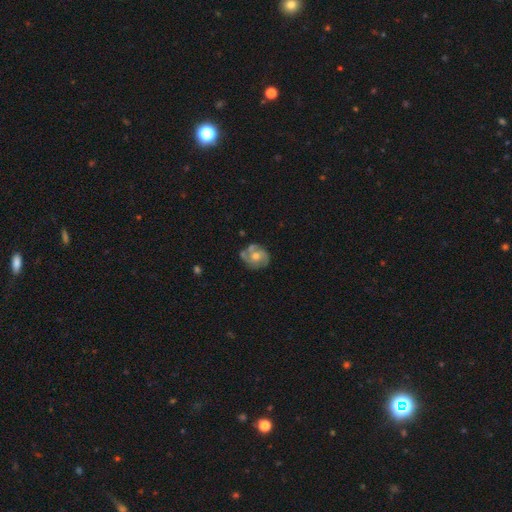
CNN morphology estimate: Q: Smooth or featured?
A: featured or disk (67%); runner-up: smooth (26%)
Q: Edge-on disk?
A: no (98%); runner-up: yes (2%)
Q: Bar?
A: no (76%); runner-up: weak (21%)
Q: Spiral arms?
A: yes (82%); runner-up: no (18%)
Q: Spiral winding?
A: tight (46%); runner-up: medium (40%)
Q: Spiral arm count?
A: 3 (32%); runner-up: 2 (29%)
Q: Bulge size?
A: moderate (70%); runner-up: small (22%)
Q: Merging?
A: none (63%); runner-up: minor disturbance (20%)